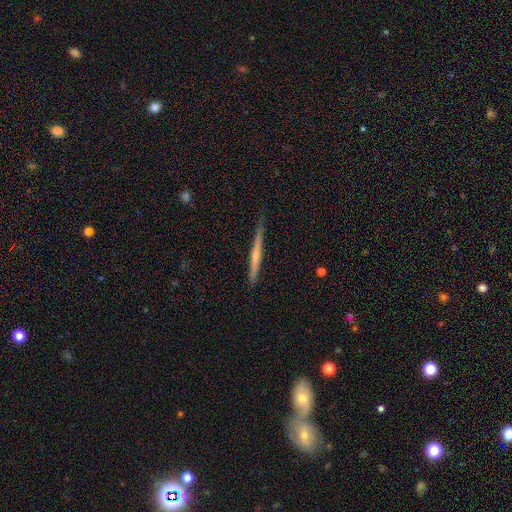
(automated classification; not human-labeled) A featured or disk galaxy (57%) viewed edge-on (98%) with no central bulge (49%). Merging: none (85%).